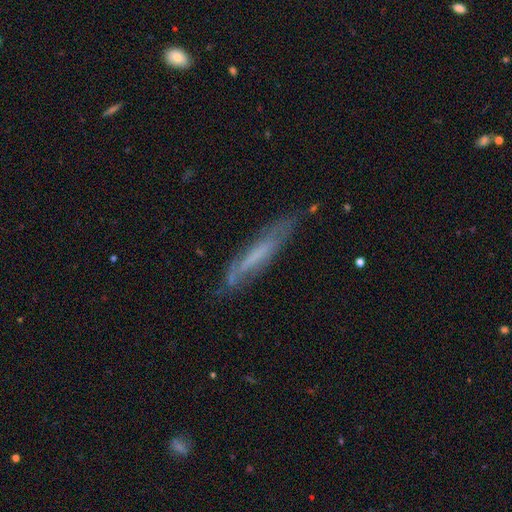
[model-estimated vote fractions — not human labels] Overall: featured or disk (52%; smooth 41%). Edge-on disk: yes (65%; no 35%). Merging: none (70%).